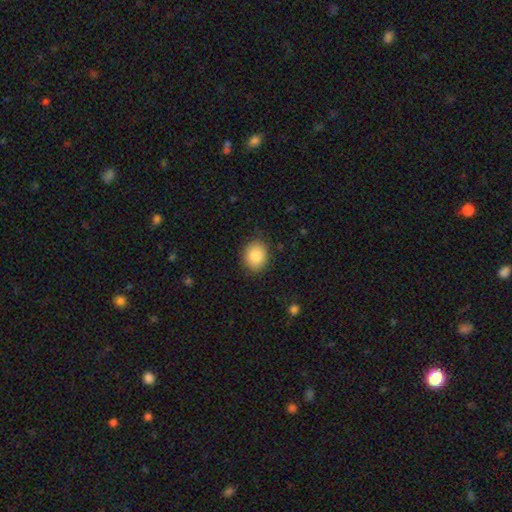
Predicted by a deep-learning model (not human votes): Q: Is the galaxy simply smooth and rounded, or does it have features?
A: smooth — 85%.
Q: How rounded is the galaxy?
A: round — 63%.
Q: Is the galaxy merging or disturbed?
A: none — 85%.